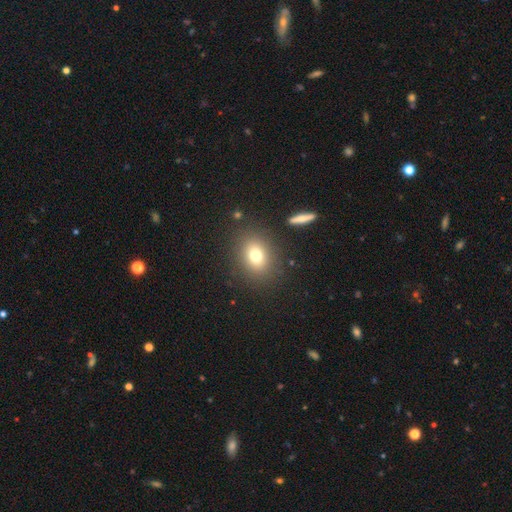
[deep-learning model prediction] This appears to be a smooth galaxy with no disk features (75%) that is round (54%). Merging: none (85%).